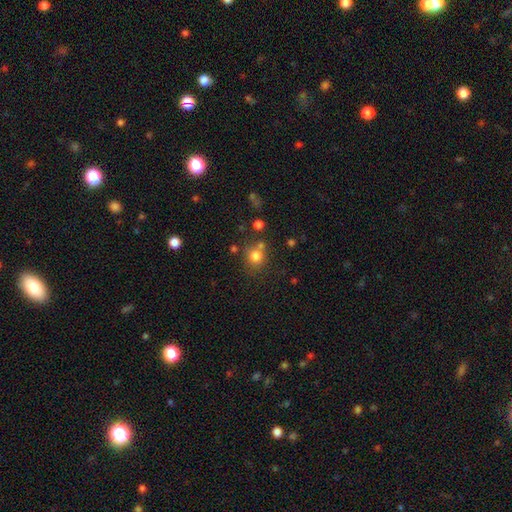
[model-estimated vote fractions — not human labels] The model was most divided on "merging": none: 67%, merger: 17%, minor disturbance: 11%, major disturbance: 5%. More confident: how rounded — round (86%); smooth or featured — smooth (78%).